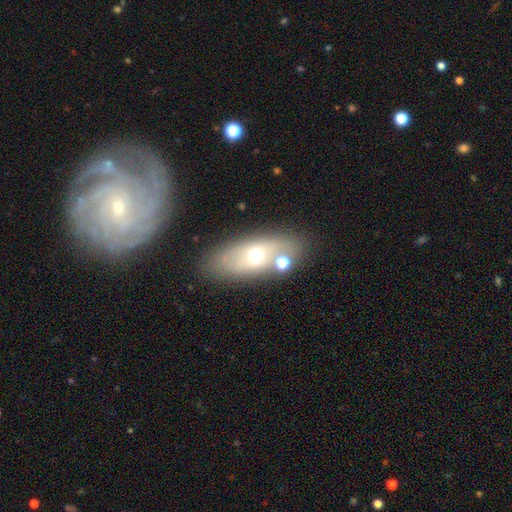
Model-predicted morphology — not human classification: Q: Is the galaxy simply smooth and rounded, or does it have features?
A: smooth — 53%.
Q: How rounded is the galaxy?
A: in between — 78%.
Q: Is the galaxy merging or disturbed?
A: none — 70%.